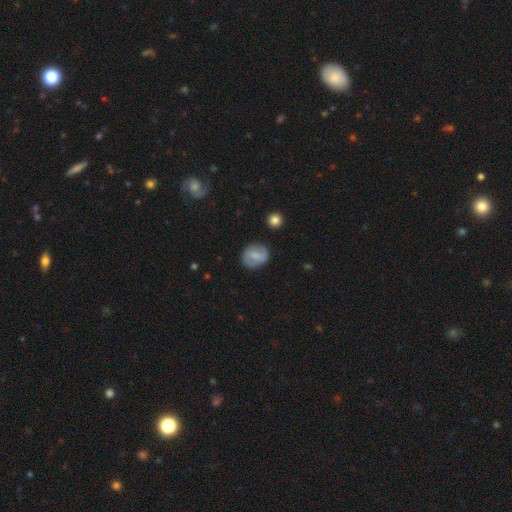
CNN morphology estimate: smooth_or_featured: smooth (p=0.59) [alt: featured or disk p=0.33]
how_rounded: round (p=0.61) [alt: in between p=0.37]
merging: none (p=0.81) [alt: minor disturbance p=0.13]